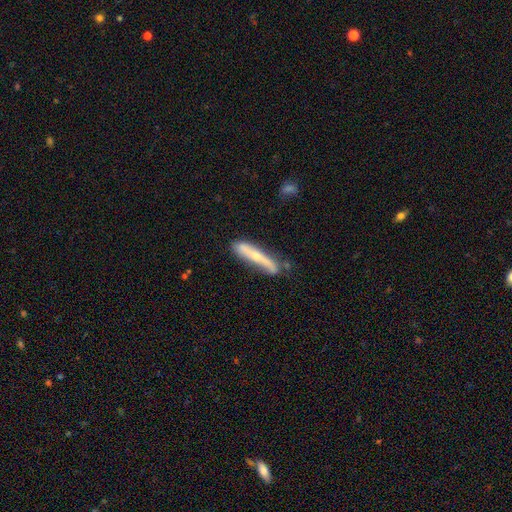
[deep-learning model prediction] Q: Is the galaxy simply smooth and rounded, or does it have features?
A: featured or disk — 52%.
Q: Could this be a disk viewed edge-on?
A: yes — 74%.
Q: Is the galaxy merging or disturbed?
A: none — 66%.